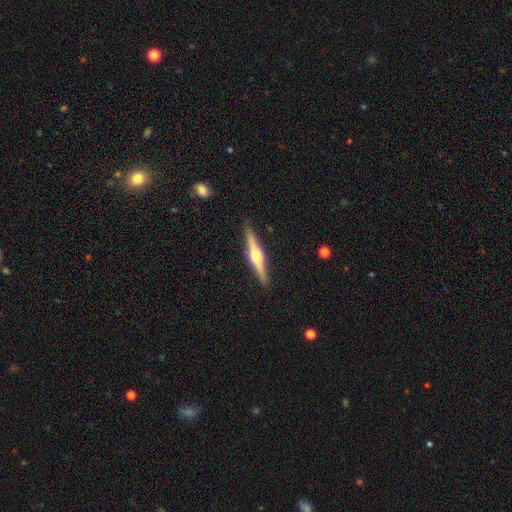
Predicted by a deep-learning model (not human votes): Overall: featured or disk (73%). Edge-on disk: yes (98%). Edge-on bulge: rounded (91%). Merging: none (90%).